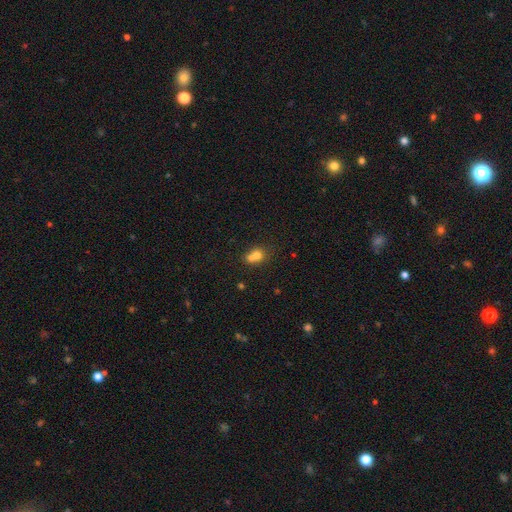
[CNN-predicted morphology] Smooth or featured? Predicted: smooth (p=0.70). How rounded? Predicted: round (p=0.67). Merging? Predicted: merger (p=0.62).